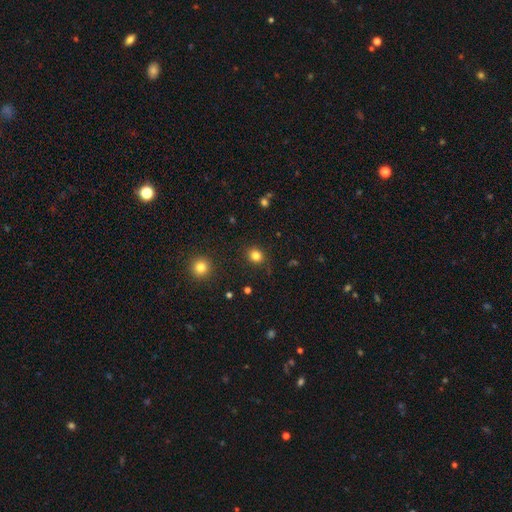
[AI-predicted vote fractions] Smooth or featured?
  - smooth: 82% *
  - star or artifact: 14%
  - featured or disk: 4%
How rounded?
  - round: 80% *
  - in between: 19%
  - cigar-shaped: 1%
Merging?
  - none: 87% *
  - minor disturbance: 9%
  - major disturbance: 3%
  - merger: 1%